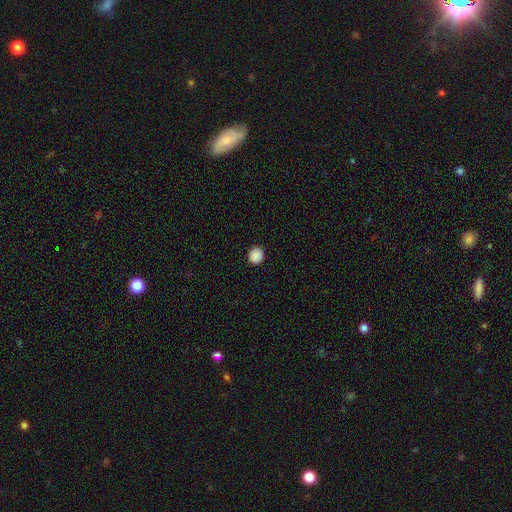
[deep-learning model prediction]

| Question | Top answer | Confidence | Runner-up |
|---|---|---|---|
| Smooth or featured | smooth | 88% | star or artifact (9%) |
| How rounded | round | 89% | in between (10%) |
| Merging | none | 92% | minor disturbance (6%) |